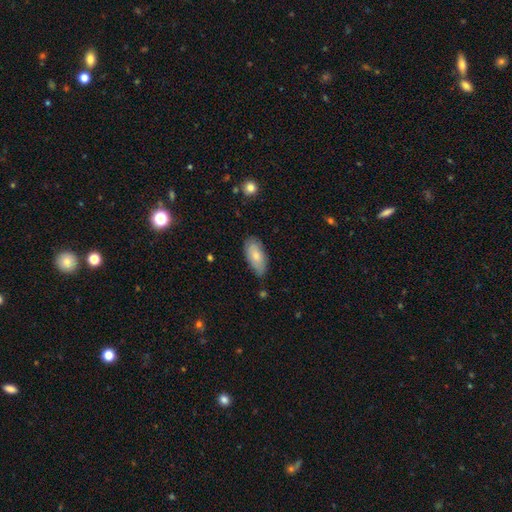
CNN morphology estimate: Smooth or featured? Predicted: smooth (p=0.77). How rounded? Predicted: in between (p=0.90). Merging? Predicted: none (p=0.73).